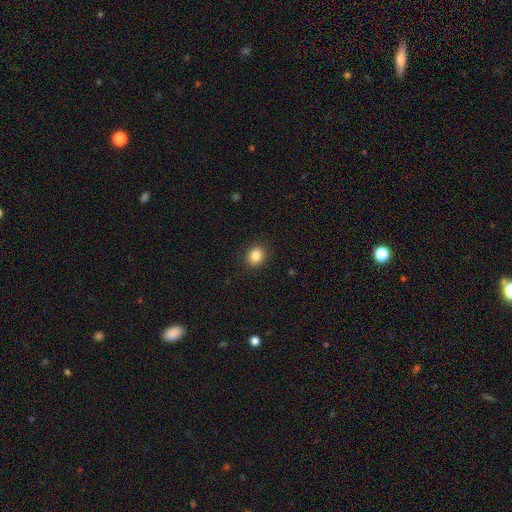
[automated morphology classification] This is clearly a smooth galaxy (85%). How rounded: likely round (73%). Merging: clearly none (90%).